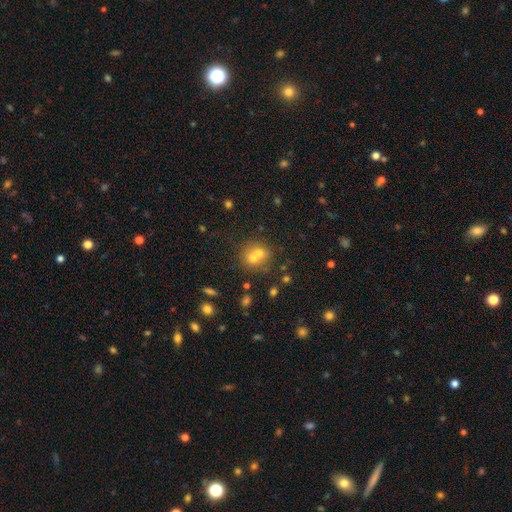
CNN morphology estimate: type=smooth (63%); roundness=round (77%); merging=merger (58%).